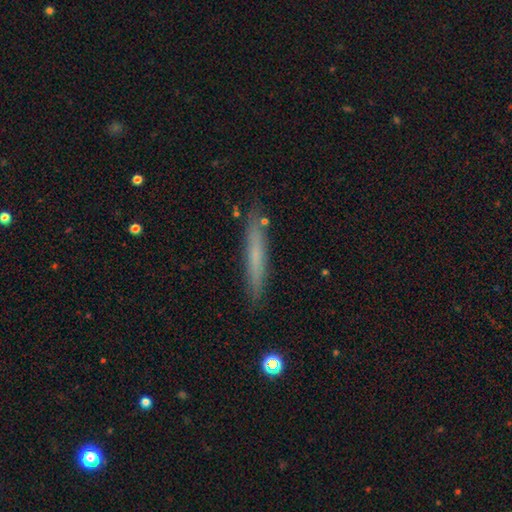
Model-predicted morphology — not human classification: Smooth or featured: smooth — 58% (featured or disk — 35%)
How rounded: cigar-shaped — 95% (in between — 3%)
Merging: none — 85% (minor disturbance — 11%)